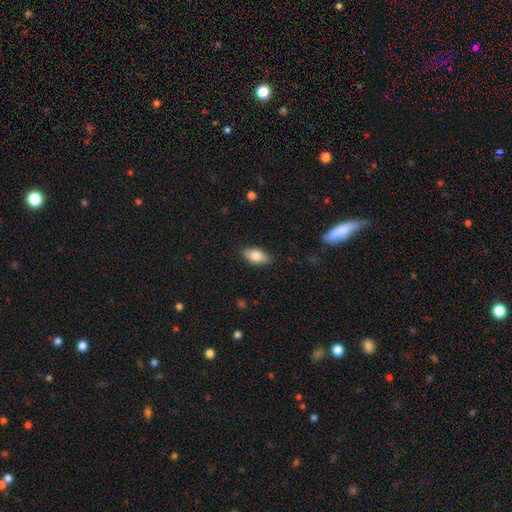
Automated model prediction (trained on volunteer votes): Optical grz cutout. It shows a smooth galaxy with no disk features (76%) that is in between round and cigar-shaped (88%). Merging: none (87%).